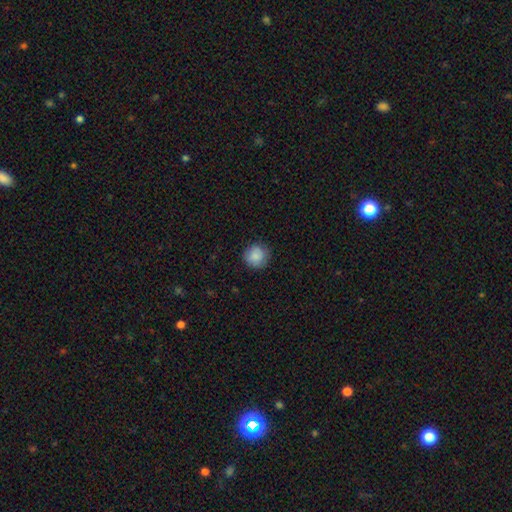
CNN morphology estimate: Q: Smooth or featured?
A: smooth (86%); runner-up: star or artifact (8%)
Q: How rounded?
A: round (93%); runner-up: in between (6%)
Q: Merging?
A: none (85%); runner-up: minor disturbance (11%)